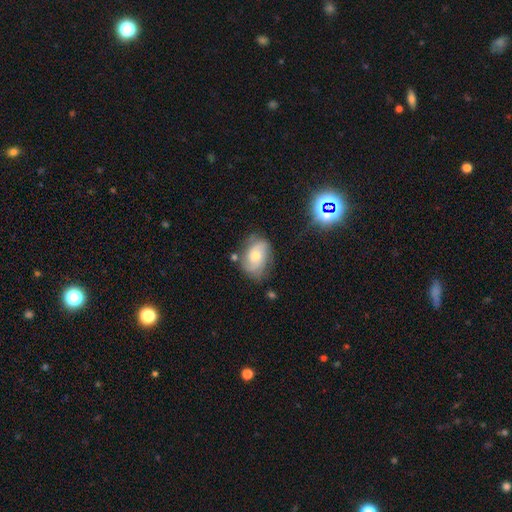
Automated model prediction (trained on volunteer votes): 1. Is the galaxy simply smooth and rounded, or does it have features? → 56% featured or disk, 35% smooth, 9% star or artifact.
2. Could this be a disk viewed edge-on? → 95% no, 5% yes.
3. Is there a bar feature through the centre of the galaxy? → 72% no, 23% weak, 4% strong.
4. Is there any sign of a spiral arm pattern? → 83% yes, 17% no.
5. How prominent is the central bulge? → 57% moderate, 37% small, 4% large, 2% none, 1% dominant.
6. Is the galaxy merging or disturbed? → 64% none, 24% minor disturbance, 8% major disturbance, 4% merger.